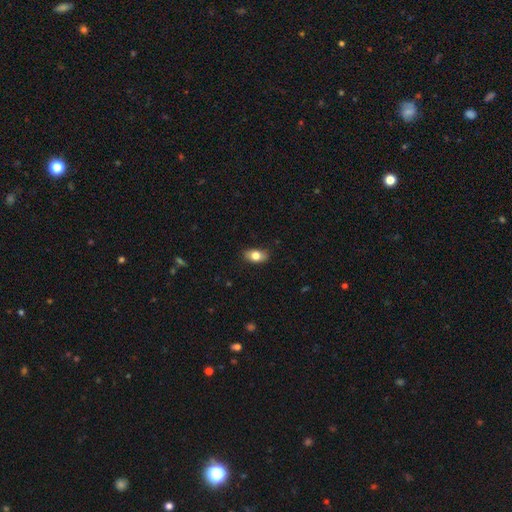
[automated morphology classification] Overall: smooth (79%). How rounded: in between (87%). Merging: none (84%).